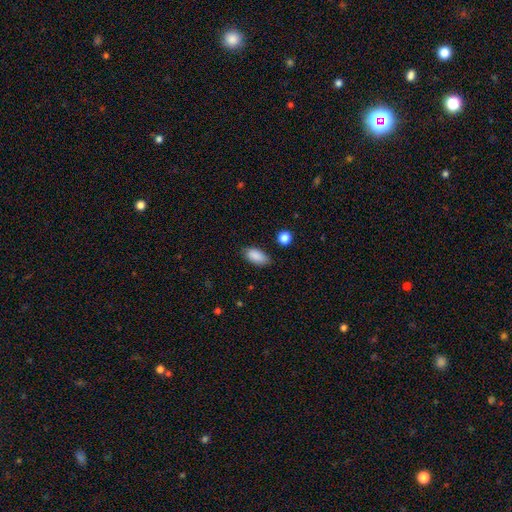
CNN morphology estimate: Smooth or featured? smooth (88%)
How rounded? in between (92%)
Merging? none (80%)